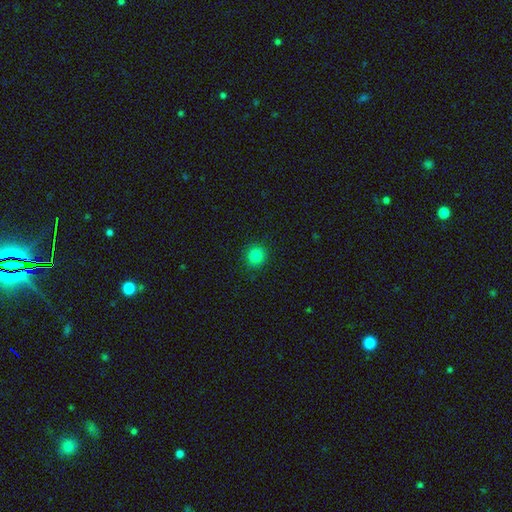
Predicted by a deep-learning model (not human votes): The model was most divided on "smooth or featured": smooth: 83%, star or artifact: 13%, featured or disk: 4%. More confident: how rounded — round (92%); merging — none (92%).